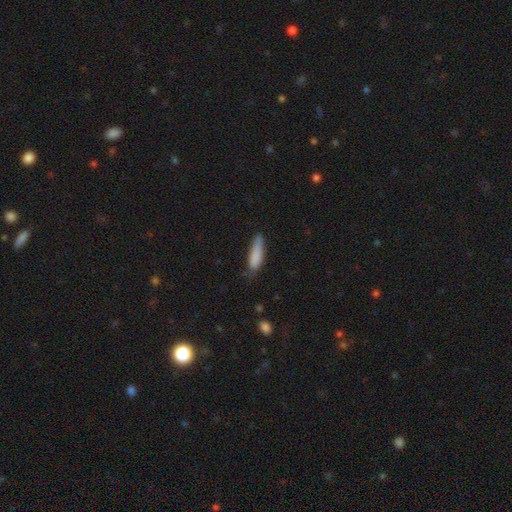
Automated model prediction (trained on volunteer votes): This is clearly a smooth galaxy (83%). How rounded: likely cigar-shaped (71%). Merging: possibly none (57%).